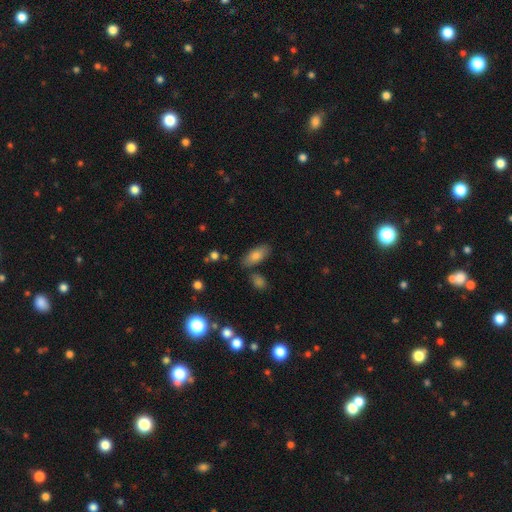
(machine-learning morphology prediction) The model was most divided on "merging": none: 78%, minor disturbance: 13%, merger: 6%, major disturbance: 3%. More confident: how rounded — in between (84%); smooth or featured — smooth (81%).